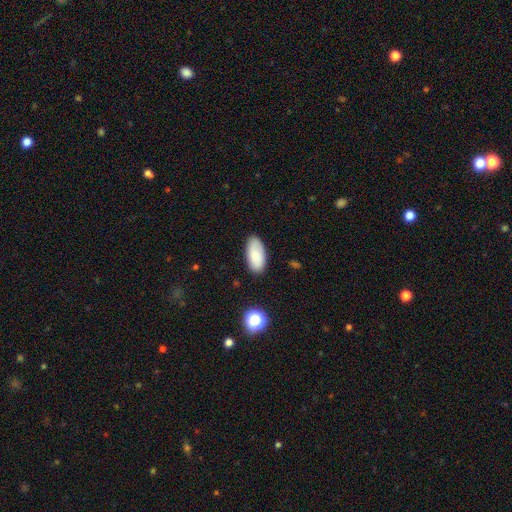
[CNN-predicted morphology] This is clearly a smooth galaxy (82%). How rounded: clearly in between (93%). Merging: clearly none (84%).